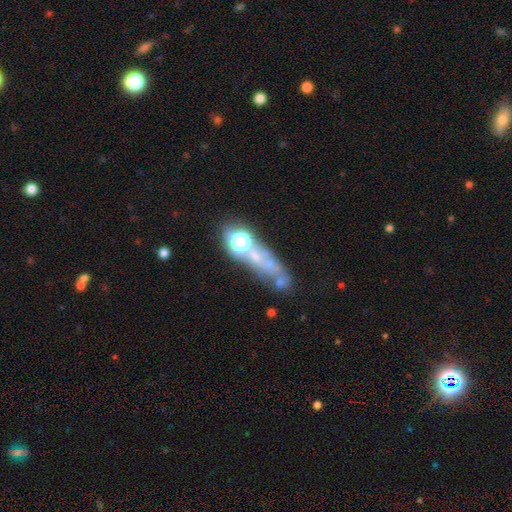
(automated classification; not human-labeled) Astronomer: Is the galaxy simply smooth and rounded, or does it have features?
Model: featured or disk — 38% (runner-up: smooth, 34%).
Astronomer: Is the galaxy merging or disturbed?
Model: none — 46%.